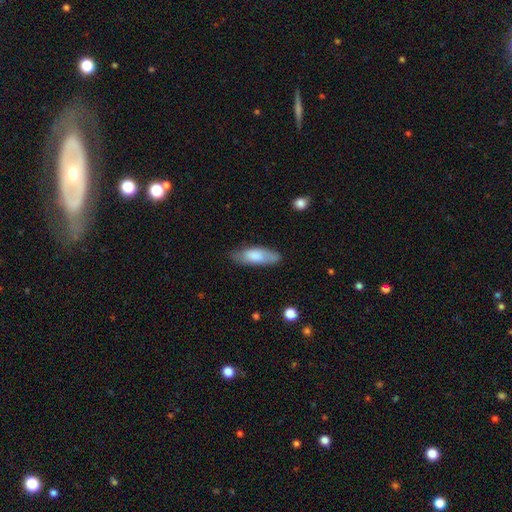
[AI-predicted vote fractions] Smooth or featured? smooth (74%)
How rounded? in between (61%)
Merging? none (77%)